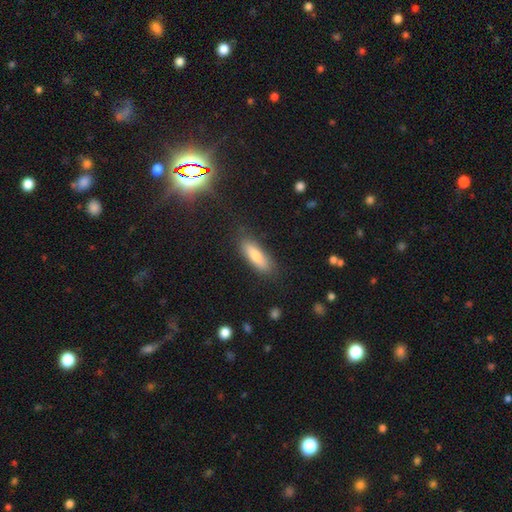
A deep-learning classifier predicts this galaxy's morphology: smooth_or_featured: smooth (p=0.75) [alt: featured or disk p=0.17]
how_rounded: in between (p=0.51) [alt: cigar-shaped p=0.47]
merging: none (p=0.82) [alt: minor disturbance p=0.13]